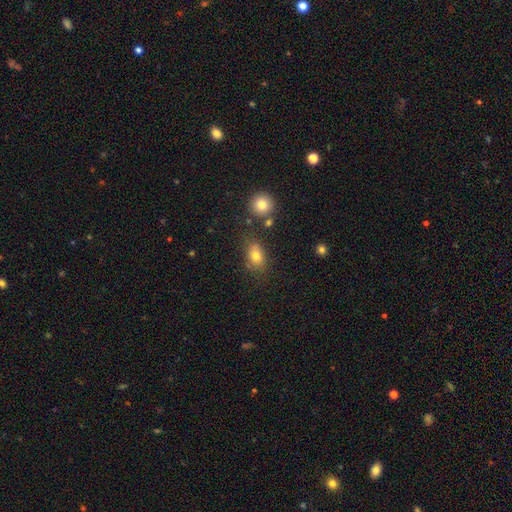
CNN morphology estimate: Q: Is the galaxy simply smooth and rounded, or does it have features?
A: smooth — 77%.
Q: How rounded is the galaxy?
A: in between — 77%.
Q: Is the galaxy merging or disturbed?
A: none — 68%.